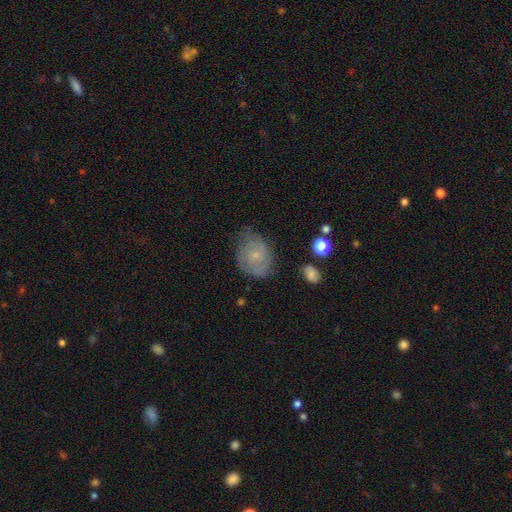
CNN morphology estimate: smooth-or-featured: smooth: 46% | featured or disk: 45% | star or artifact: 9%
  merging: none: 59% | minor disturbance: 28% | major disturbance: 11% | merger: 2%